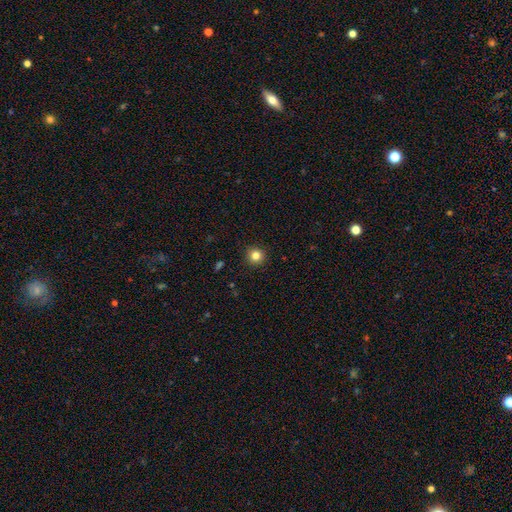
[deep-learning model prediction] A smooth galaxy with no disk features (82%) that is round (94%). Merging: none (92%).